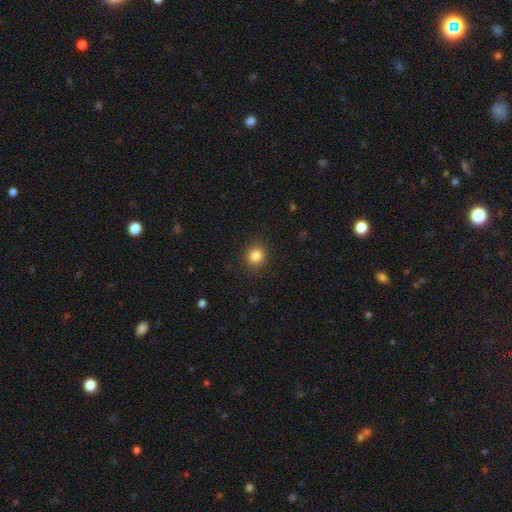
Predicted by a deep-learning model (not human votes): smooth 84%, star or artifact 11%, featured or disk 5%. Down the decision tree: how rounded — round (89%); merging — none (90%).